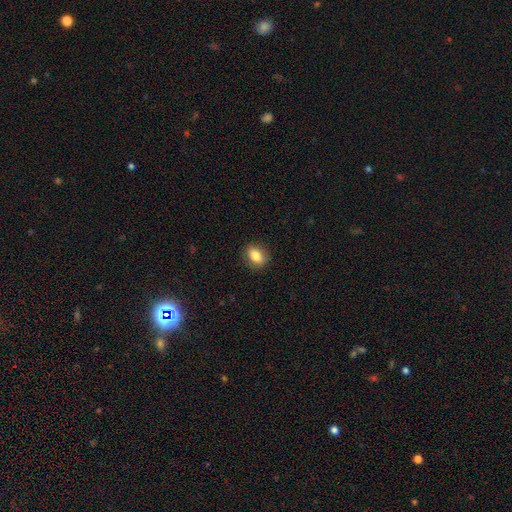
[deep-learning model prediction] Overall: smooth (83%). How rounded: in between (75%). Merging: none (88%).